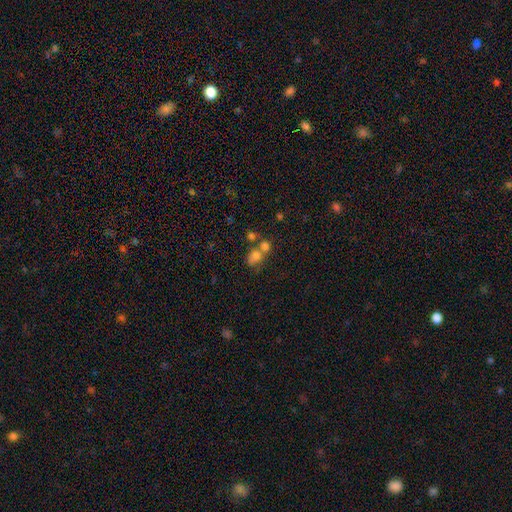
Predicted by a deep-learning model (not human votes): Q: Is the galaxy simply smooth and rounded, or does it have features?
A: smooth — 67%.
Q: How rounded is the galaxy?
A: round — 66%.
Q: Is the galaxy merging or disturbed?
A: merger — 49%.